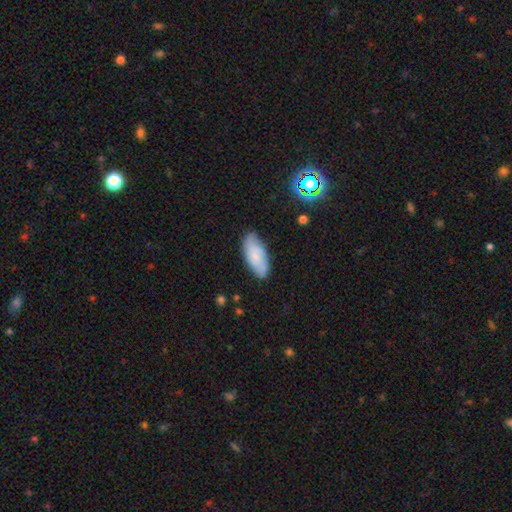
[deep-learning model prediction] This appears to be a smooth galaxy with no disk features (70%) that is in between round and cigar-shaped (85%). Merging: none (78%).